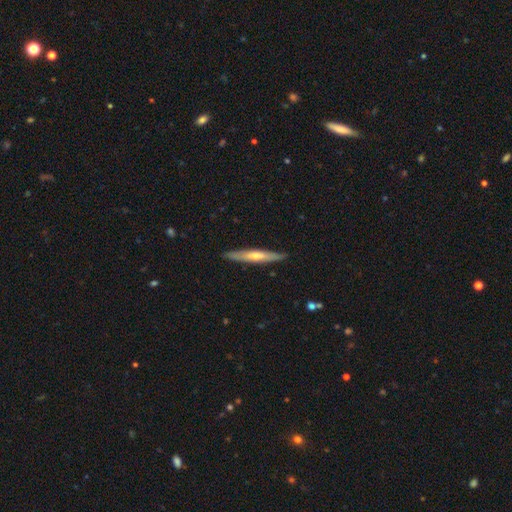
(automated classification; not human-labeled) featured or disk 58%, smooth 36%, star or artifact 6%. Down the decision tree: edge-on disk — yes (95%); edge-on bulge — rounded (71%); merging — none (90%).